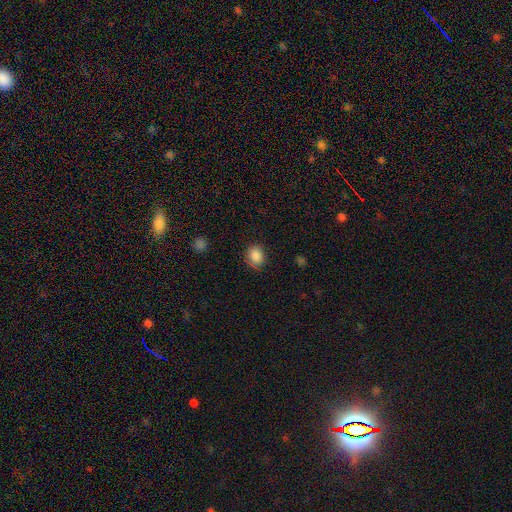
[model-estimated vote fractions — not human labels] This is clearly a smooth galaxy (87%). How rounded: possibly round (59%). Merging: clearly none (83%).